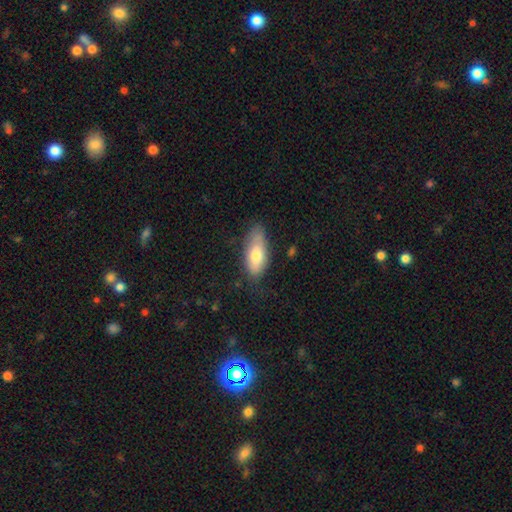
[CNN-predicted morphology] A smooth galaxy with no disk features (75%) that is in between round and cigar-shaped (81%). Merging: none (64%).